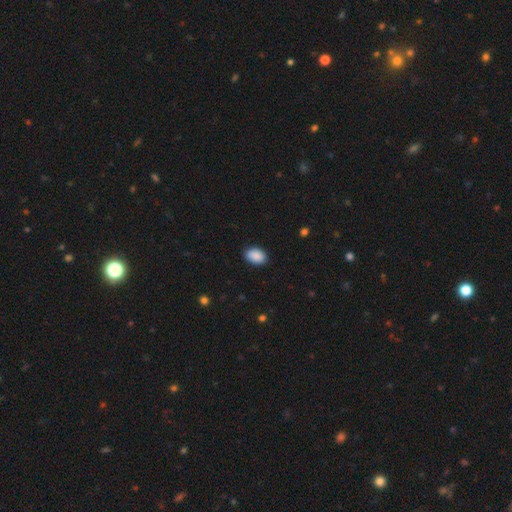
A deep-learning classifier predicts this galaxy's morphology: Q: Smooth or featured?
A: smooth (90%); runner-up: star or artifact (7%)
Q: How rounded?
A: in between (87%); runner-up: round (12%)
Q: Merging?
A: none (87%); runner-up: minor disturbance (10%)